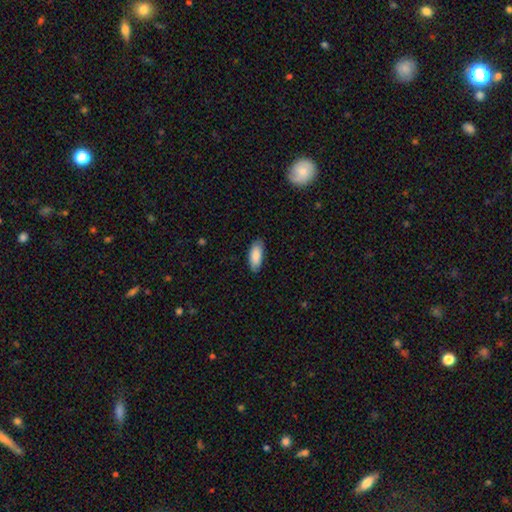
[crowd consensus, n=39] A smooth galaxy with no disk features (82%) that is in between round and cigar-shaped (69%).

Vote fractions:
- Smooth or featured? smooth: 82% / star or artifact: 10% / featured or disk: 8%
- How rounded? in between: 69% / cigar-shaped: 25% / round: 6%
- Merging? none: 89% / minor disturbance: 6% / major disturbance: 6% / merger: 0%